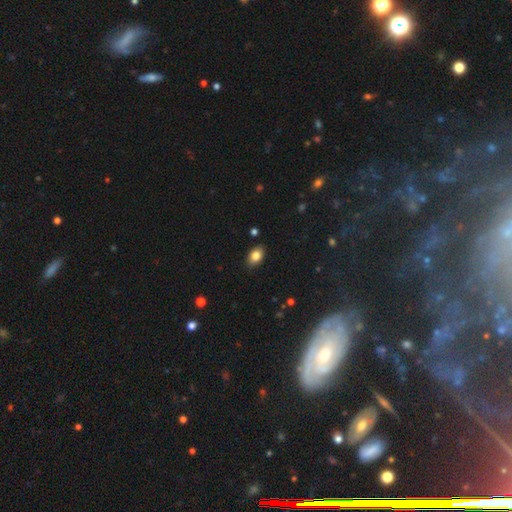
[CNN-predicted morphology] smooth_or_featured: smooth (p=0.84) [alt: star or artifact p=0.09]
how_rounded: in between (p=0.83) [alt: round p=0.16]
merging: none (p=0.86) [alt: minor disturbance p=0.10]